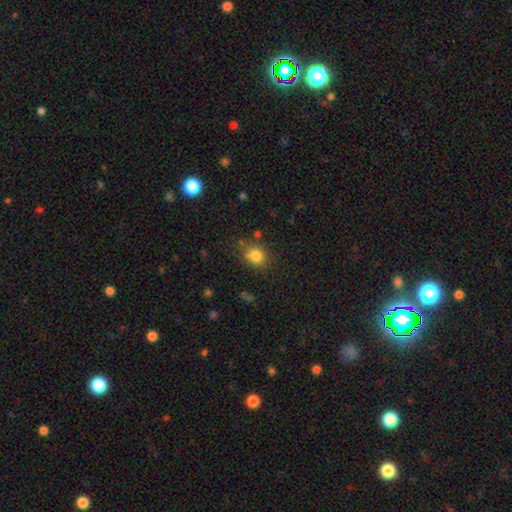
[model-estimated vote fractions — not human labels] A smooth galaxy with no disk features (81%) that is round (63%).

Vote fractions:
- Smooth or featured? smooth: 81% / star or artifact: 12% / featured or disk: 7%
- How rounded? round: 63% / in between: 36% / cigar-shaped: 1%
- Merging? none: 74% / minor disturbance: 16% / merger: 5% / major disturbance: 5%